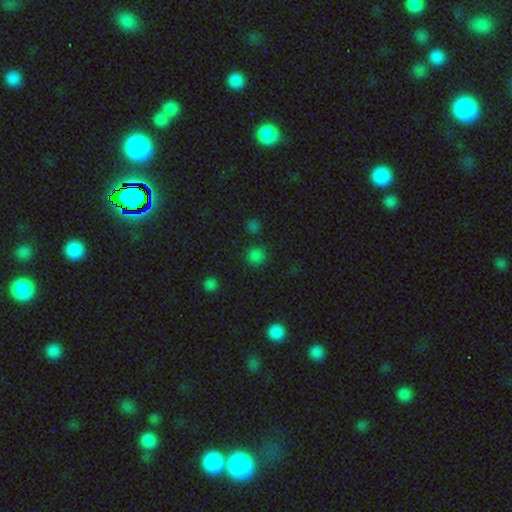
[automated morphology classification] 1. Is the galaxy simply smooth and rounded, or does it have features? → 76% smooth, 21% star or artifact, 4% featured or disk.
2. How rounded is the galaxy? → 92% round, 7% in between, 1% cigar-shaped.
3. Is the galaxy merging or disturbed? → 84% none, 9% minor disturbance, 4% merger, 3% major disturbance.